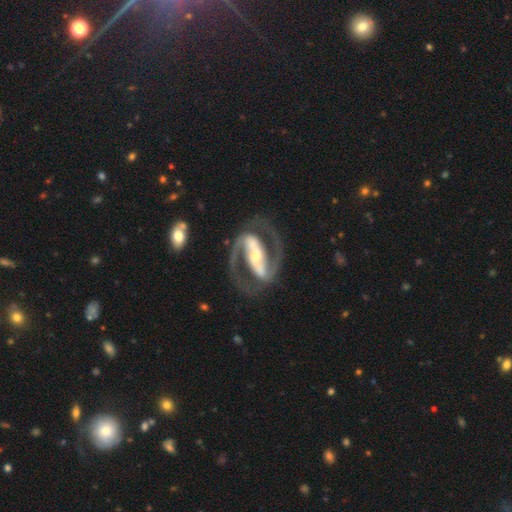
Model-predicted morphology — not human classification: type=featured or disk (92%); edge-on=no (96%); bar=strong (79%); spiral arms=yes (97%); winding=medium (58%); arm count=2 (94%); bulge=moderate (50%); merging=none (80%).